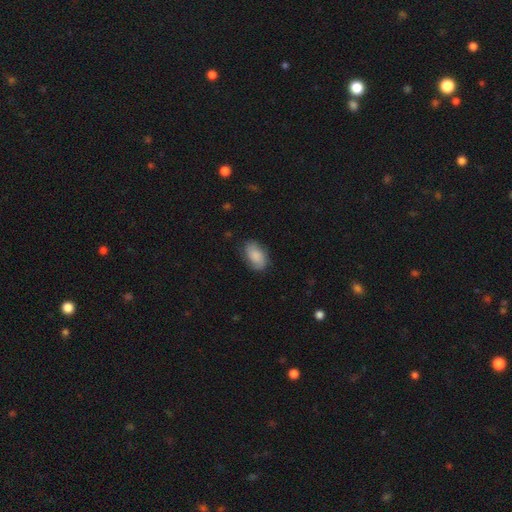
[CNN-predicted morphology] smooth 71%, featured or disk 22%, star or artifact 8%. Down the decision tree: how rounded — in between (91%); merging — none (75%).